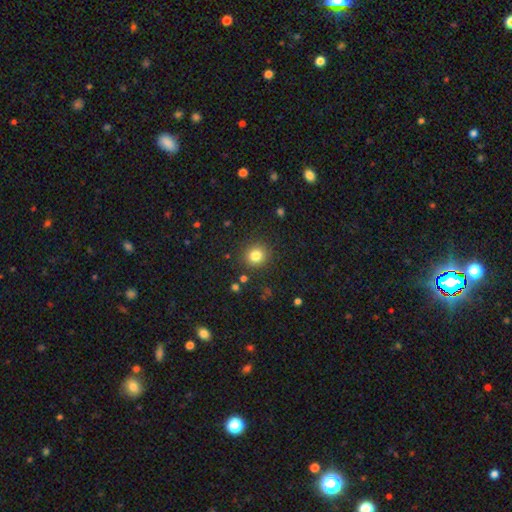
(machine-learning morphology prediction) Smooth or featured? Predicted: smooth (p=0.82). How rounded? Predicted: round (p=0.88). Merging? Predicted: none (p=0.89).